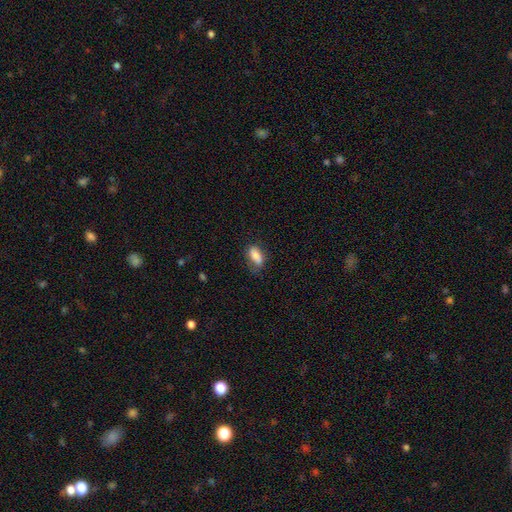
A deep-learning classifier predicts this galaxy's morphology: Smooth or featured?
  - smooth: 80% *
  - featured or disk: 12%
  - star or artifact: 8%
How rounded?
  - in between: 82% *
  - cigar-shaped: 13%
  - round: 5%
Merging?
  - none: 61% *
  - minor disturbance: 28%
  - major disturbance: 10%
  - merger: 2%